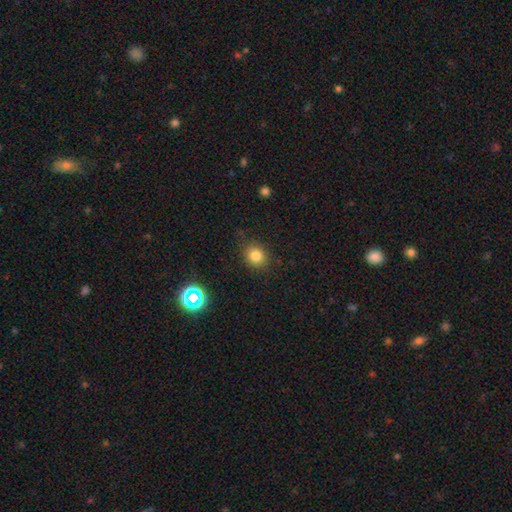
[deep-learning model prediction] smooth_or_featured: smooth (p=0.80) [alt: star or artifact p=0.14]
how_rounded: round (p=0.73) [alt: in between p=0.26]
merging: none (p=0.83) [alt: minor disturbance p=0.12]